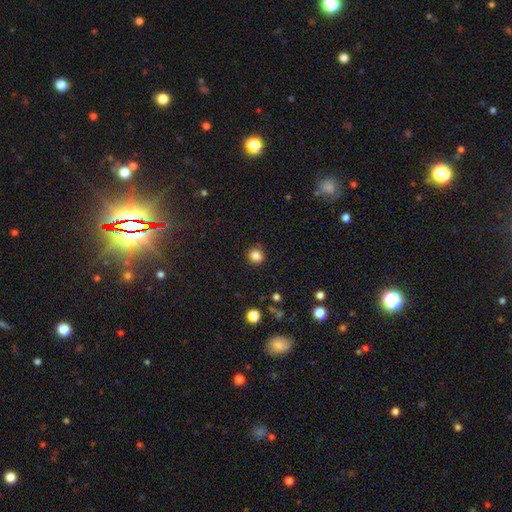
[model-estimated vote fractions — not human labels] smooth_or_featured: smooth (p=0.84) [alt: star or artifact p=0.12]
how_rounded: round (p=0.87) [alt: in between p=0.12]
merging: none (p=0.86) [alt: minor disturbance p=0.09]